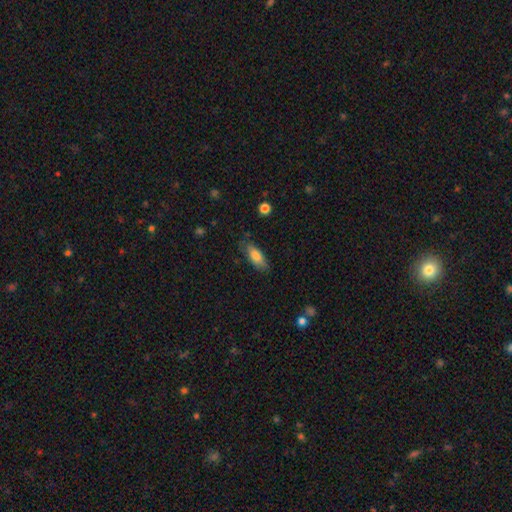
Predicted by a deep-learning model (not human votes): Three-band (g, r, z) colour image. It shows a smooth galaxy with no disk features (78%) that is in between round and cigar-shaped (72%). Merging: none (76%).